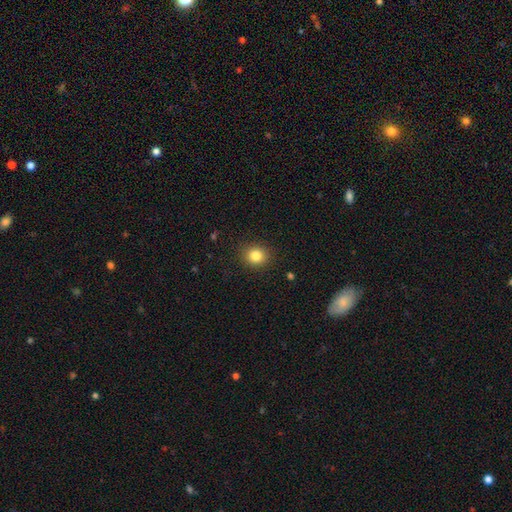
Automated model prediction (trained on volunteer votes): Q: Smooth or featured?
A: smooth (83%); runner-up: star or artifact (11%)
Q: How rounded?
A: round (79%); runner-up: in between (20%)
Q: Merging?
A: none (90%); runner-up: minor disturbance (7%)